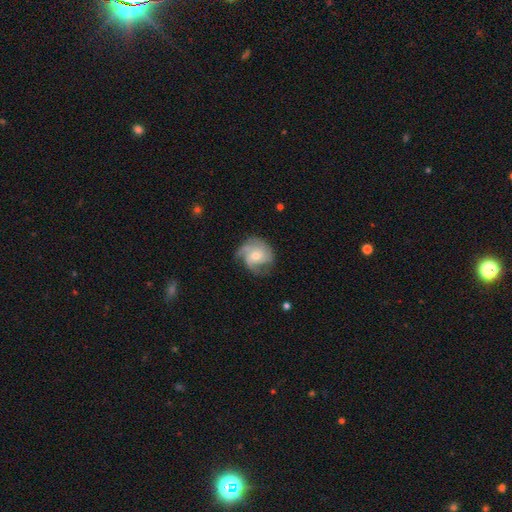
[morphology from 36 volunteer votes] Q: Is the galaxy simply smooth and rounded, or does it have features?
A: featured or disk — 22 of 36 (61%).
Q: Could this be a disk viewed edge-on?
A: no — 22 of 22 (100%).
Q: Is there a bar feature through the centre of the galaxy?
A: no — 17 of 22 (77%).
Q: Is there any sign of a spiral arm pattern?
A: yes — 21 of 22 (95%).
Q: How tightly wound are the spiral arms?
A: tight — 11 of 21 (52%).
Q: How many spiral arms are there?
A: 3 — 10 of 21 (48%).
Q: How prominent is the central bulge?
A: moderate — 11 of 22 (50%).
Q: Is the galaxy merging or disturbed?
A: none — 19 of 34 (56%).